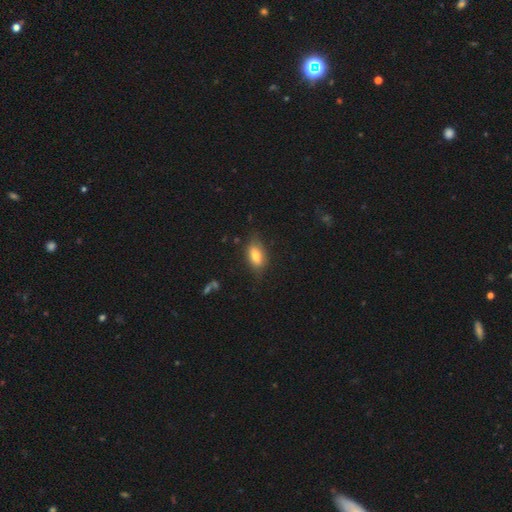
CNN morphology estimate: smooth-or-featured: smooth: 75% | featured or disk: 17% | star or artifact: 8%
  how-rounded: in between: 86% | cigar-shaped: 8% | round: 6%
  merging: none: 74% | minor disturbance: 20% | major disturbance: 5% | merger: 2%